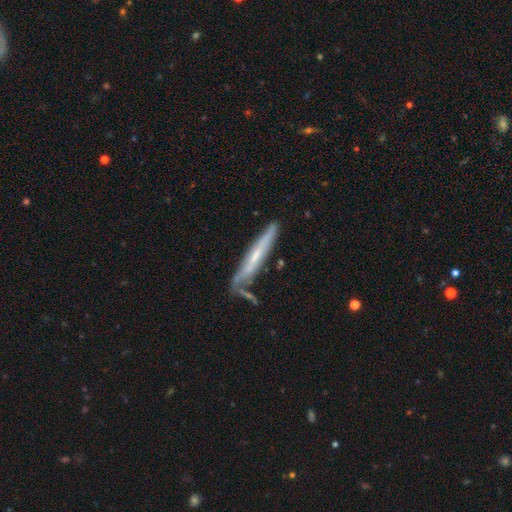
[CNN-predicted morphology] featured or disk 58%, smooth 35%, star or artifact 6%. Down the decision tree: edge-on disk — yes (81%); merging — none (59%).